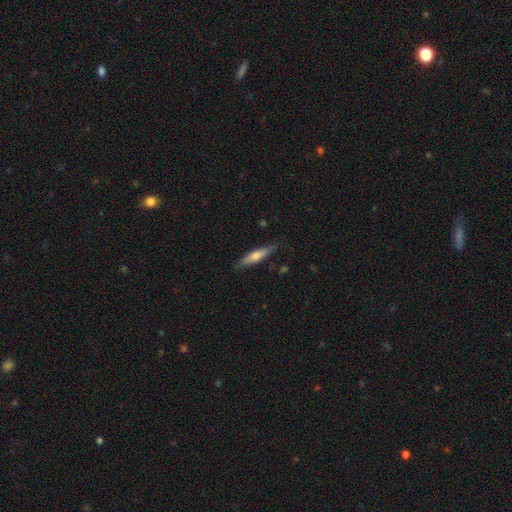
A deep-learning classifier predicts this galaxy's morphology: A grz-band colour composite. It shows a smooth galaxy with no disk features (51%) that is cigar-shaped (82%). Merging: none (84%).